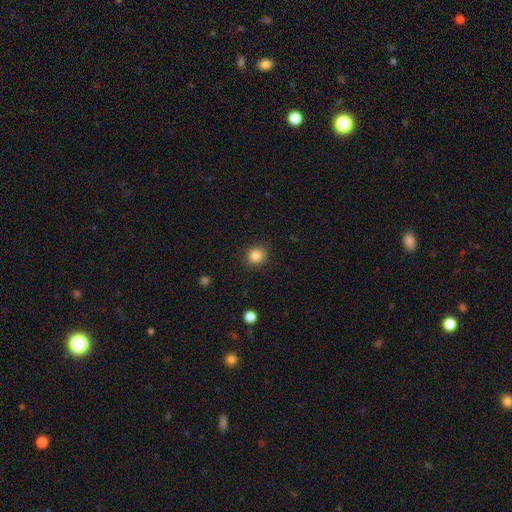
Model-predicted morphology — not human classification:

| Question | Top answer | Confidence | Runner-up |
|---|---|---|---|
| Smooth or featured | smooth | 84% | star or artifact (11%) |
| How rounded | round | 85% | in between (14%) |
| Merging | none | 88% | minor disturbance (8%) |